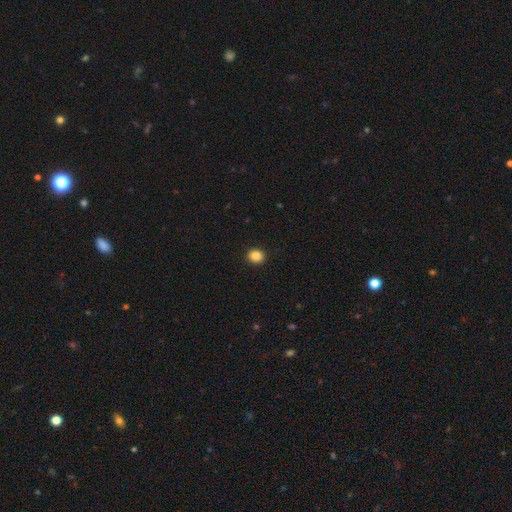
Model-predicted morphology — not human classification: A smooth galaxy with no disk features (87%) that is round (81%). Merging: none (93%).